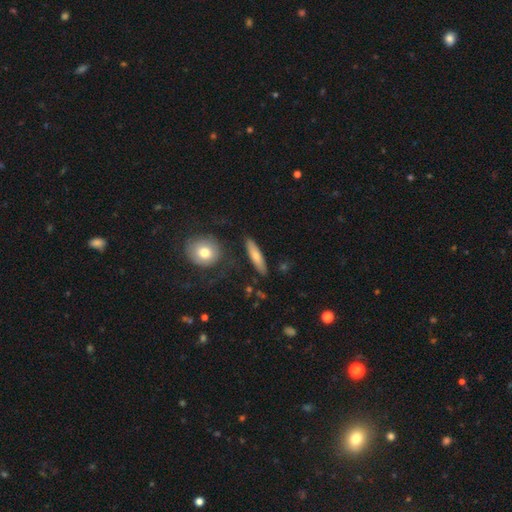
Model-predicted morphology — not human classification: Overall: smooth (68%). How rounded: cigar-shaped (71%). Merging: none (84%).